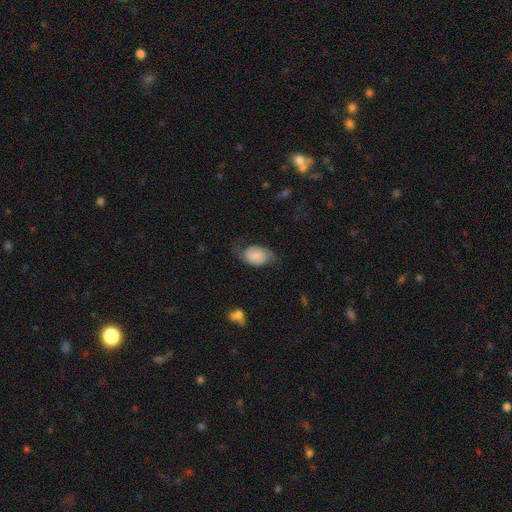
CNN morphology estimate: Smooth or featured? smooth (62%)
How rounded? in between (87%)
Merging? none (45%)